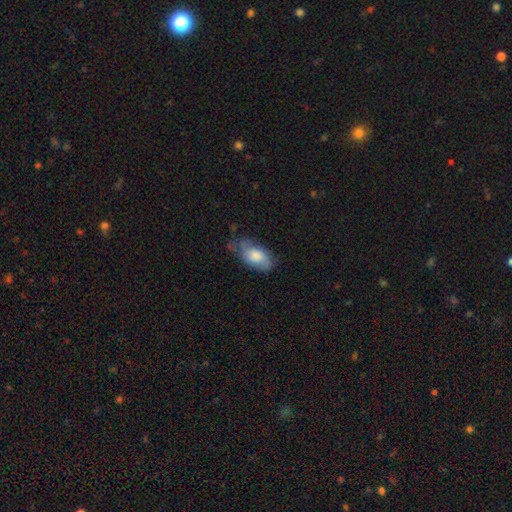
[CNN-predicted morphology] This appears to be a smooth galaxy with no disk features (72%) that is in between round and cigar-shaped (92%). Merging: none (50%).